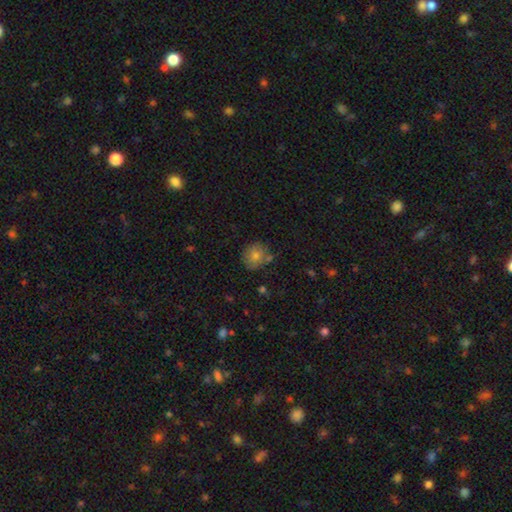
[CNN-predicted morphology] type=smooth (75%); roundness=round (82%); merging=none (77%).